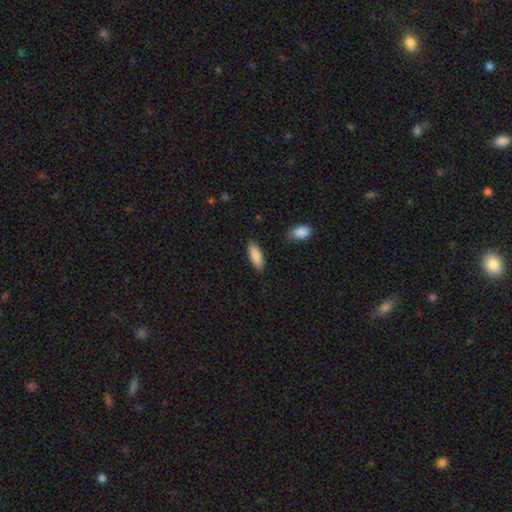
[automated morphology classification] Q: Smooth or featured?
A: smooth (87%); runner-up: featured or disk (7%)
Q: How rounded?
A: in between (63%); runner-up: cigar-shaped (36%)
Q: Merging?
A: none (85%); runner-up: minor disturbance (11%)